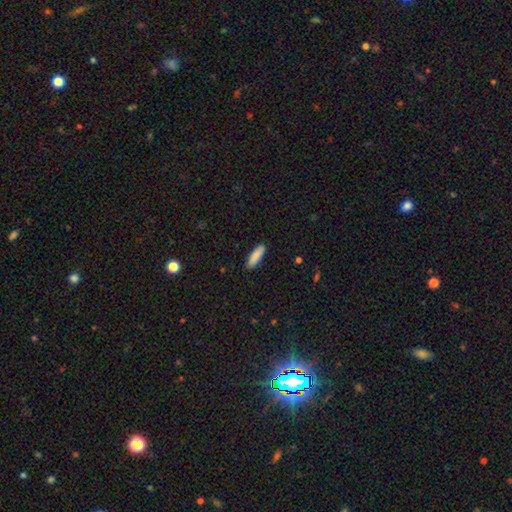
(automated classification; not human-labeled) This is clearly a smooth galaxy (88%). How rounded: possibly cigar-shaped (55%). Merging: clearly none (89%).